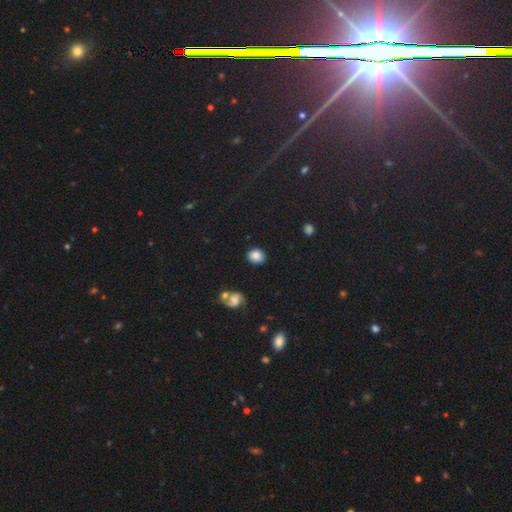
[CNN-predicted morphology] Smooth or featured? Predicted: smooth (p=0.85). How rounded? Predicted: round (p=0.60). Merging? Predicted: none (p=0.84).